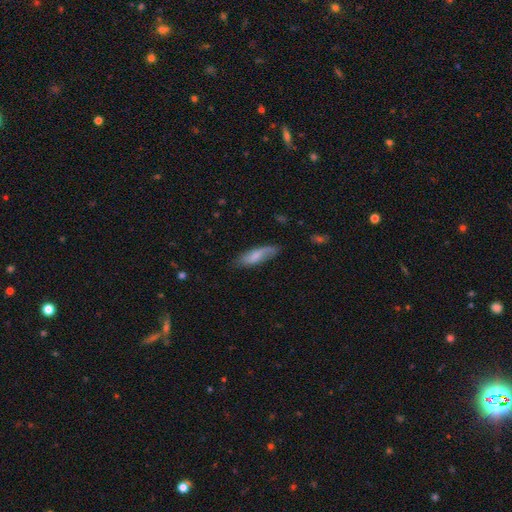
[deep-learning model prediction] smooth 70%, featured or disk 24%, star or artifact 6%. Down the decision tree: how rounded — cigar-shaped (52%); merging — none (74%).